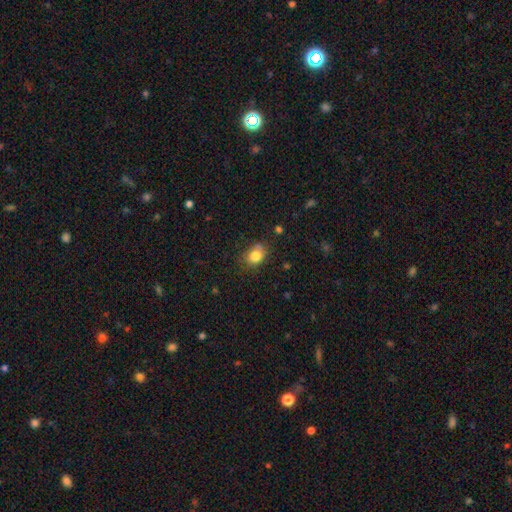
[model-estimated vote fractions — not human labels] smooth_or_featured: smooth (p=0.82) [alt: star or artifact p=0.10]
how_rounded: in between (p=0.57) [alt: round p=0.42]
merging: none (p=0.66) [alt: minor disturbance p=0.24]